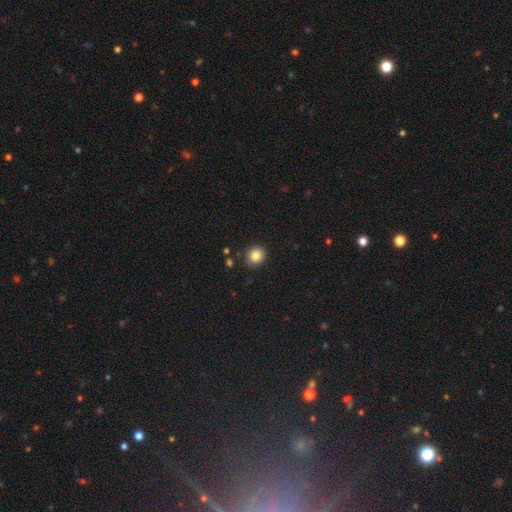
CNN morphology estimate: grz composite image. It shows a smooth galaxy with no disk features (84%) that is round (81%). Merging: none (88%).